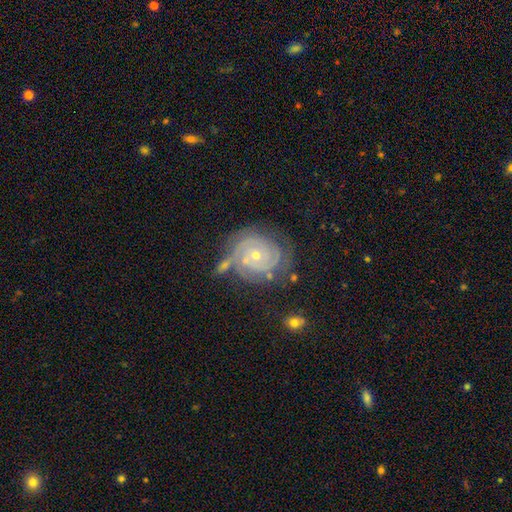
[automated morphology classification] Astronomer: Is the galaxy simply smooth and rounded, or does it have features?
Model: featured or disk — 86%.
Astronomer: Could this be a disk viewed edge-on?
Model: no — 98%.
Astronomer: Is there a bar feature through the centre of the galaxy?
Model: no — 79%.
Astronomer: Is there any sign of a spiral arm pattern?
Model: yes — 96%.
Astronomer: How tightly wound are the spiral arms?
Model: tight — 80%.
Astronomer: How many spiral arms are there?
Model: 2 — 37% (runner-up: 3, 24%).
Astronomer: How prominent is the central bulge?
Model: small — 68%.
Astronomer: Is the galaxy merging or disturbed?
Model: none — 61%.